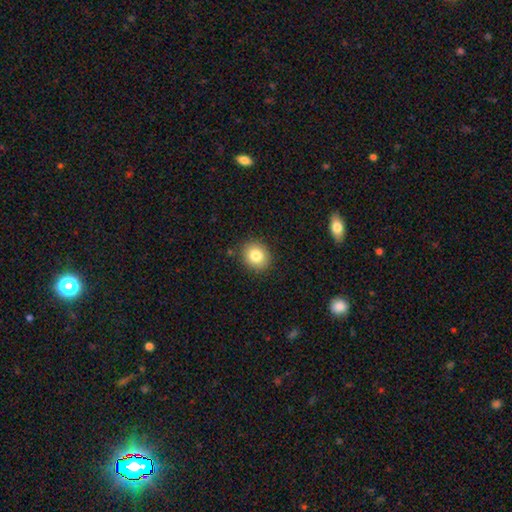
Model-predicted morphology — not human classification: smooth_or_featured: smooth (p=0.81) [alt: star or artifact p=0.11]
how_rounded: round (p=0.73) [alt: in between p=0.26]
merging: none (p=0.88) [alt: minor disturbance p=0.08]